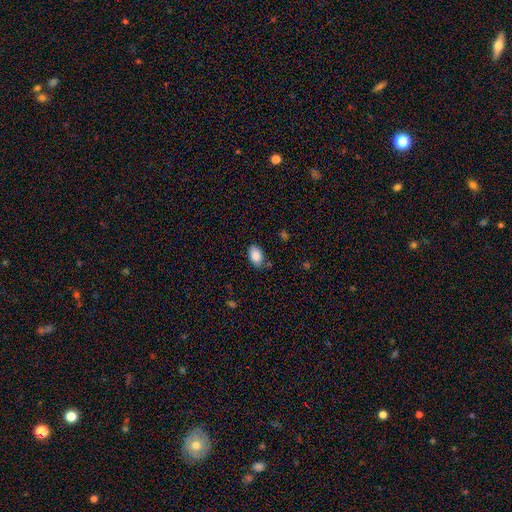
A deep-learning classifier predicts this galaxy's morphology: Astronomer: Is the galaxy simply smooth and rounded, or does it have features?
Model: smooth — 88%.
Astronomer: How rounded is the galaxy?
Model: in between — 91%.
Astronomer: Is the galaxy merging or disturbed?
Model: none — 77%.